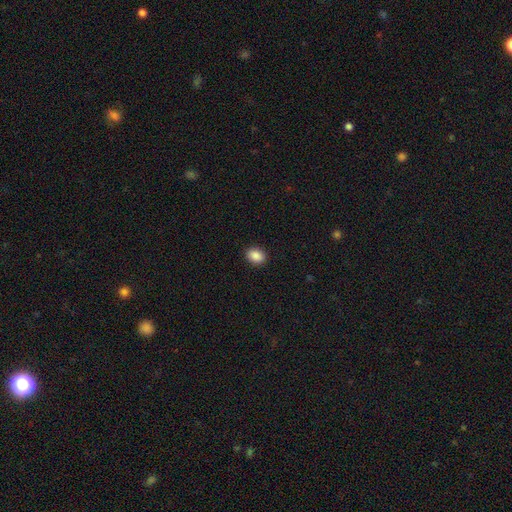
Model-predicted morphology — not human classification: A smooth galaxy with no disk features (89%) that is in between round and cigar-shaped (71%).

Vote fractions:
- Smooth or featured? smooth: 89% / star or artifact: 9% / featured or disk: 3%
- How rounded? in between: 71% / round: 28% / cigar-shaped: 1%
- Merging? none: 91% / minor disturbance: 6% / major disturbance: 2% / merger: 1%